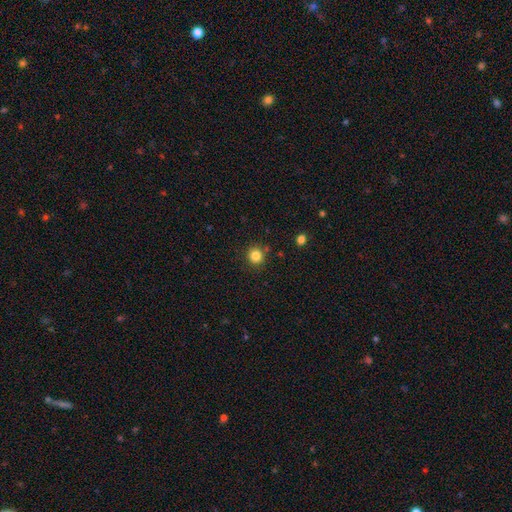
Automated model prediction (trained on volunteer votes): The model was most divided on "smooth or featured": smooth: 83%, star or artifact: 12%, featured or disk: 5%. More confident: how rounded — round (92%); merging — none (87%).